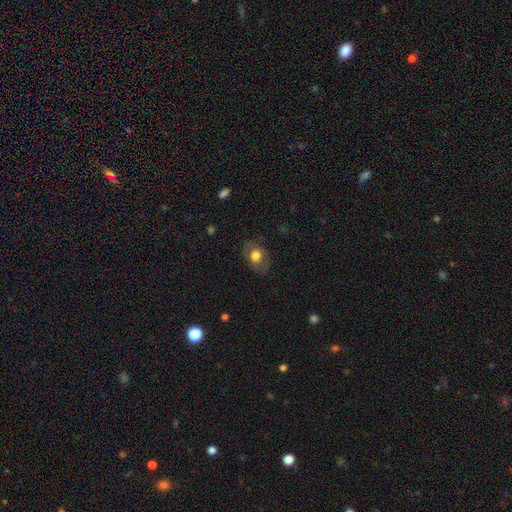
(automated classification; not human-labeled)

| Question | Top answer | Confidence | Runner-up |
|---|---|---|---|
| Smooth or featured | smooth | 65% | featured or disk (27%) |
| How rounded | in between | 68% | round (31%) |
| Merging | none | 78% | minor disturbance (15%) |